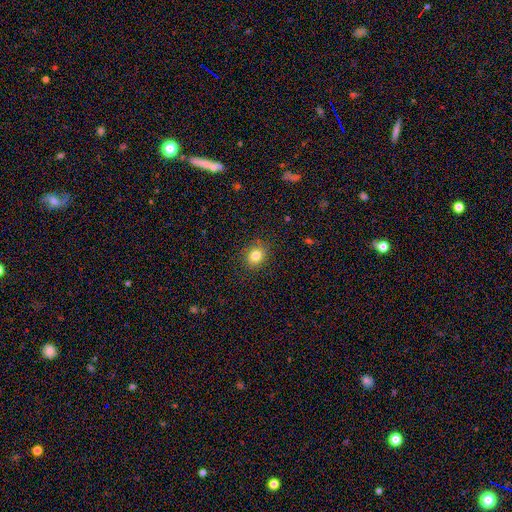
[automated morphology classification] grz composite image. It shows a smooth galaxy with no disk features (82%) that is round (68%). Merging: none (87%).